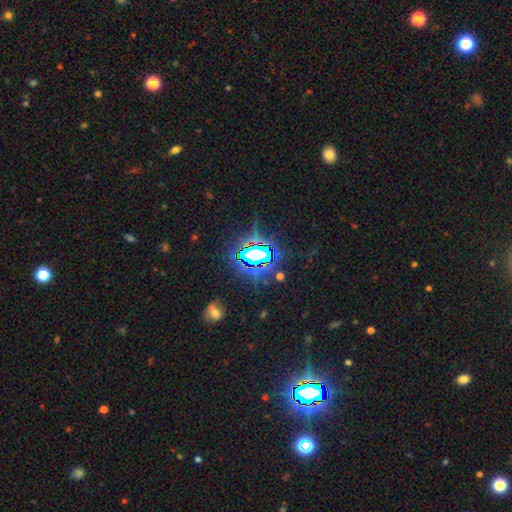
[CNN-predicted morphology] Q: Smooth or featured?
A: star or artifact (75%); runner-up: smooth (13%)